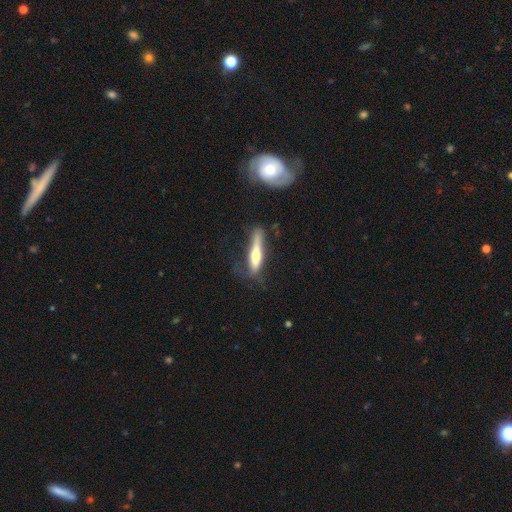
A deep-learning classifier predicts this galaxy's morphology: This is possibly a smooth galaxy (47%). Merging: possibly none (56%).